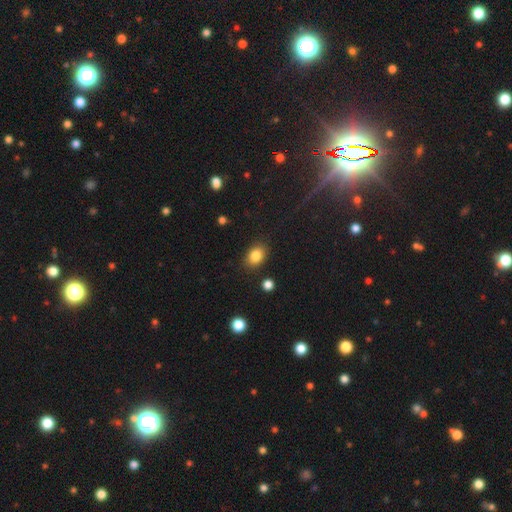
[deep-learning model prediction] Smooth or featured: smooth — 84% (star or artifact — 10%)
How rounded: in between — 69% (round — 29%)
Merging: none — 85% (minor disturbance — 10%)